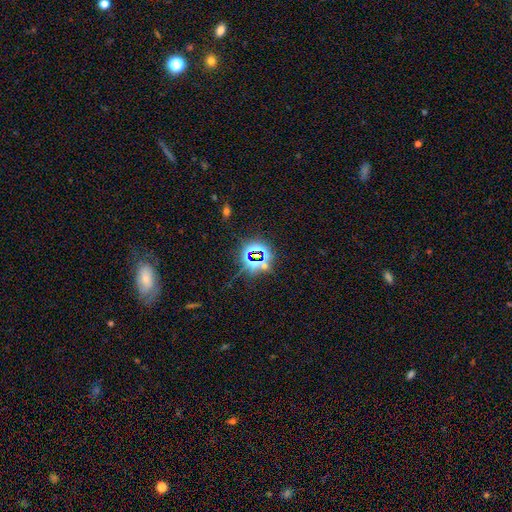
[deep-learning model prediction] Q: Smooth or featured?
A: star or artifact (77%); runner-up: smooth (14%)